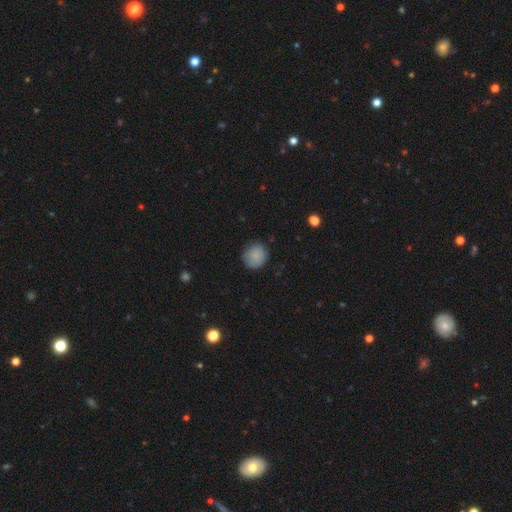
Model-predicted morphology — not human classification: Smooth or featured: smooth — 85% (star or artifact — 9%)
How rounded: round — 88% (in between — 11%)
Merging: none — 82% (minor disturbance — 14%)